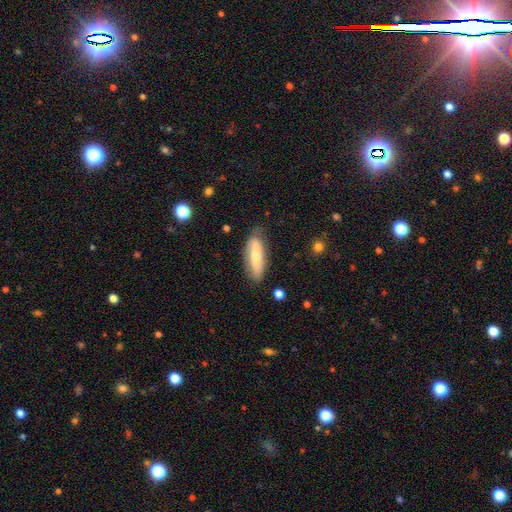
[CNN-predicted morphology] This is possibly a smooth galaxy (56%). How rounded: possibly in between (50%). Merging: likely none (76%).